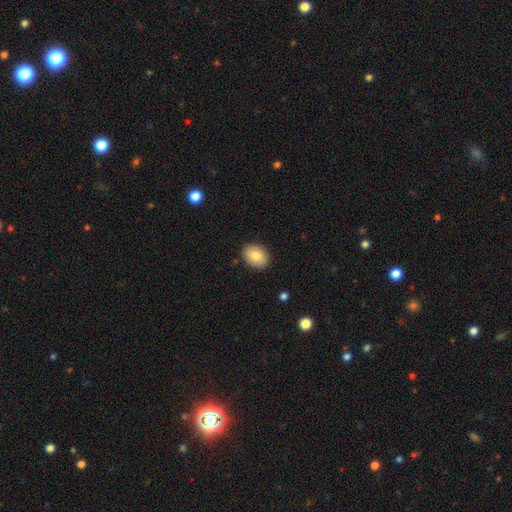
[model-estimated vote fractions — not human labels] smooth 82%, featured or disk 10%, star or artifact 7%. Down the decision tree: how rounded — in between (72%); merging — none (88%).